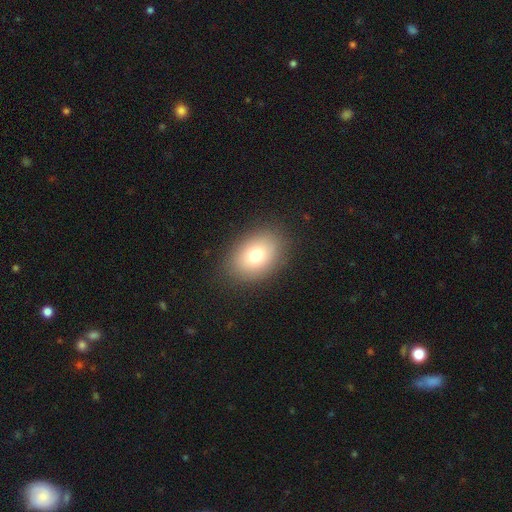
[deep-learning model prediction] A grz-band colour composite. It shows a smooth galaxy with no disk features (76%) that is in between round and cigar-shaped (74%). Merging: none (87%).